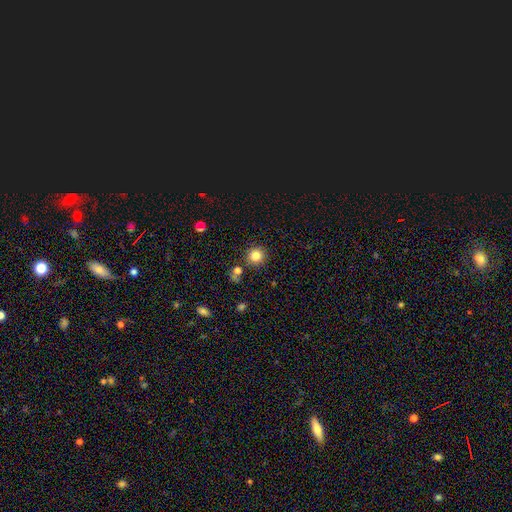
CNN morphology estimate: smooth_or_featured: smooth (p=0.82) [alt: star or artifact p=0.12]
how_rounded: round (p=0.94) [alt: in between p=0.06]
merging: none (p=0.85) [alt: minor disturbance p=0.07]